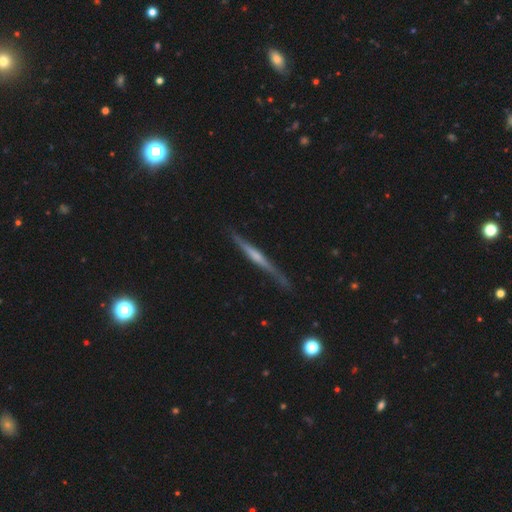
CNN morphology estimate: smooth_or_featured: featured or disk (p=0.65) [alt: smooth p=0.29]
disk_edge_on: yes (p=0.97) [alt: no p=0.03]
edge_on_bulge: none (p=0.44) [alt: rounded p=0.37]
merging: none (p=0.80) [alt: minor disturbance p=0.16]